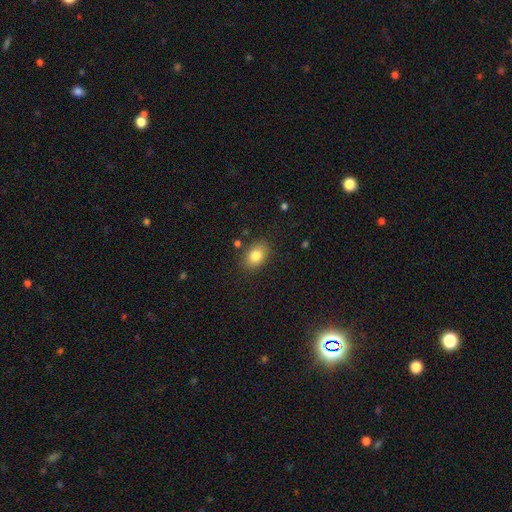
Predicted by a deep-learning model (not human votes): A smooth galaxy with no disk features (82%) that is in between round and cigar-shaped (77%). Merging: none (84%).